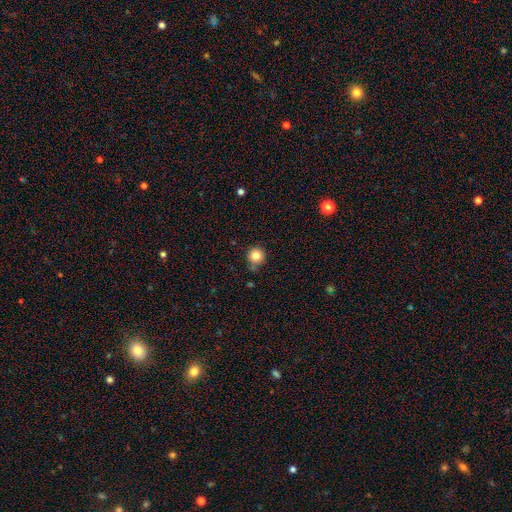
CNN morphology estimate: This appears to be a smooth galaxy with no disk features (83%) that is round (92%). Merging: none (71%).